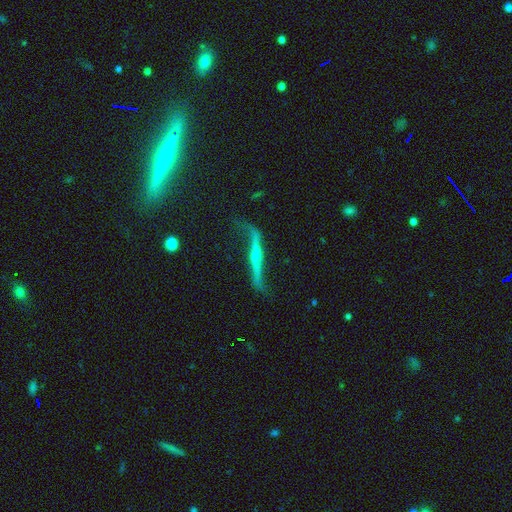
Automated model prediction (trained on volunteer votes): smooth-or-featured: featured or disk: 79% | smooth: 14% | star or artifact: 7%
  disk-edge-on: yes: 70% | no: 30%
    edge-on-bulge: rounded: 68% | none: 23% | boxy: 9%
  merging: none: 55% | minor disturbance: 24% | major disturbance: 18% | merger: 4%